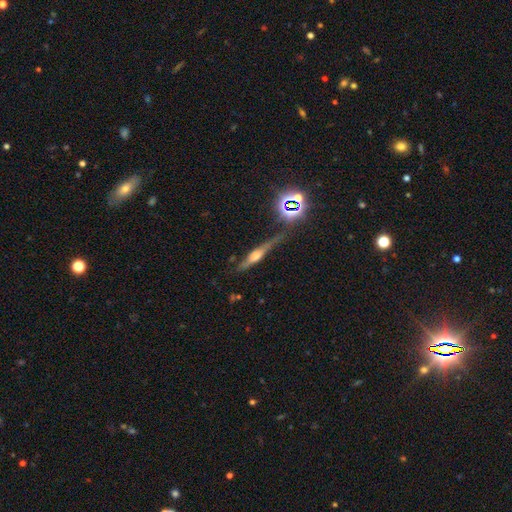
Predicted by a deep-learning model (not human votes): Q: Smooth or featured?
A: featured or disk (60%); runner-up: smooth (21%)
Q: Edge-on disk?
A: yes (92%); runner-up: no (8%)
Q: Edge-on bulge?
A: rounded (84%); runner-up: boxy (11%)
Q: Merging?
A: none (69%); runner-up: minor disturbance (18%)